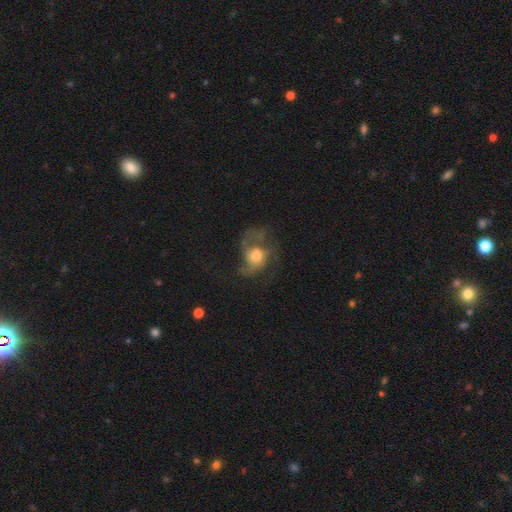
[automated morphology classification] This is possibly a featured or disk galaxy (60%). It is clearly not viewed edge-on (97%). Bar: likely no (75%). Spiral arm pattern: likely yes (76%). Central bulge: marginally large (41%). Merging: marginally major disturbance (40%).